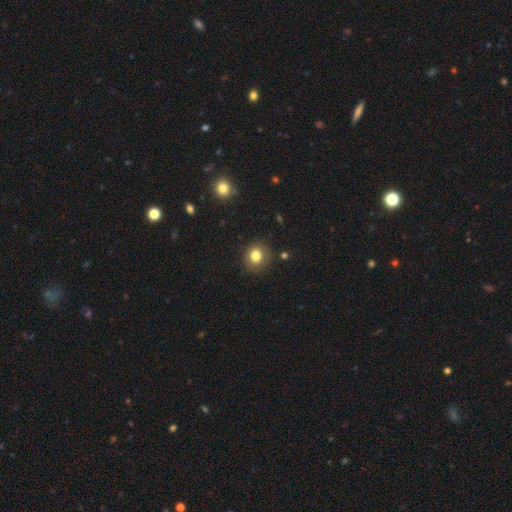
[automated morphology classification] Smooth or featured? Predicted: smooth (p=0.81). How rounded? Predicted: round (p=0.76). Merging? Predicted: none (p=0.86).